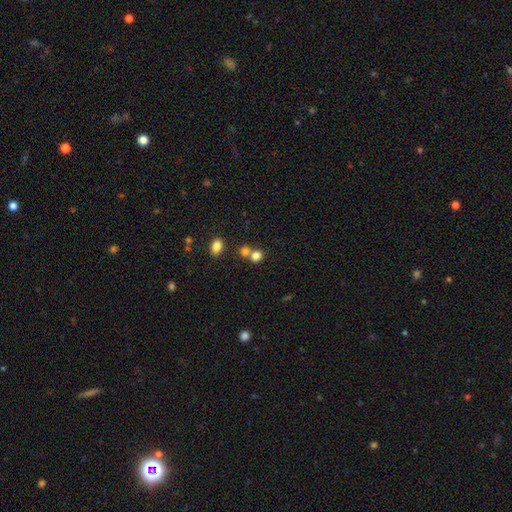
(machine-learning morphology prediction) type=smooth (80%); roundness=round (78%); merging=none (50%).